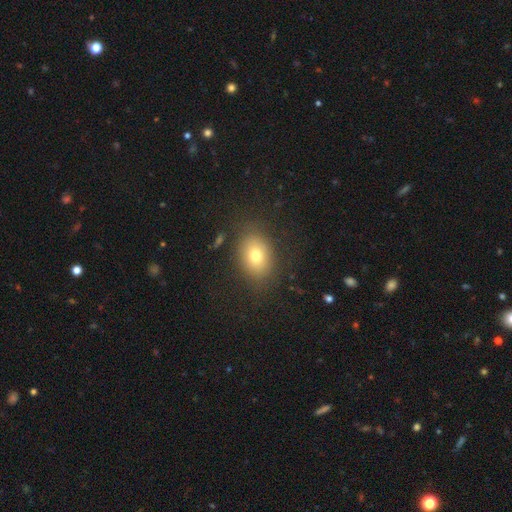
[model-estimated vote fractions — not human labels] smooth_or_featured: smooth (p=0.74) [alt: featured or disk p=0.14]
how_rounded: in between (p=0.70) [alt: round p=0.29]
merging: none (p=0.83) [alt: minor disturbance p=0.11]